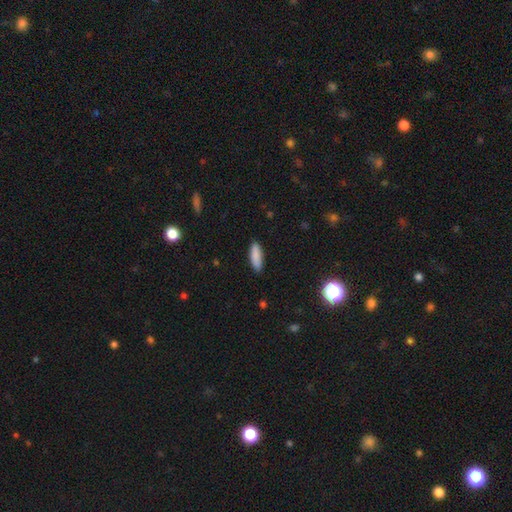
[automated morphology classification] type=smooth (88%); roundness=in between (53%); merging=none (88%).